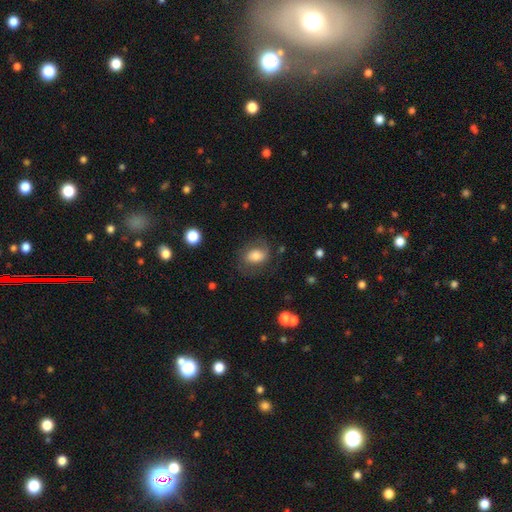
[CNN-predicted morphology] Smooth or featured? Predicted: smooth (p=0.59). How rounded? Predicted: in between (p=0.63). Merging? Predicted: none (p=0.65).